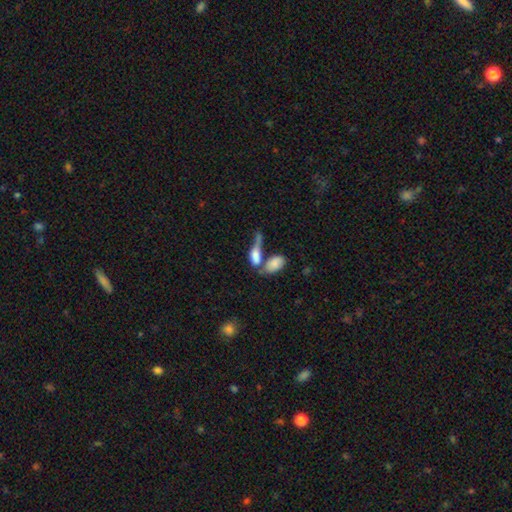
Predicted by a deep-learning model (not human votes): A smooth galaxy with no disk features (71%) that is in between round and cigar-shaped (79%).

Vote fractions:
- Smooth or featured? smooth: 71% / featured or disk: 20% / star or artifact: 8%
- How rounded? in between: 79% / cigar-shaped: 16% / round: 5%
- Merging? merger: 58% / none: 19% / major disturbance: 12% / minor disturbance: 11%